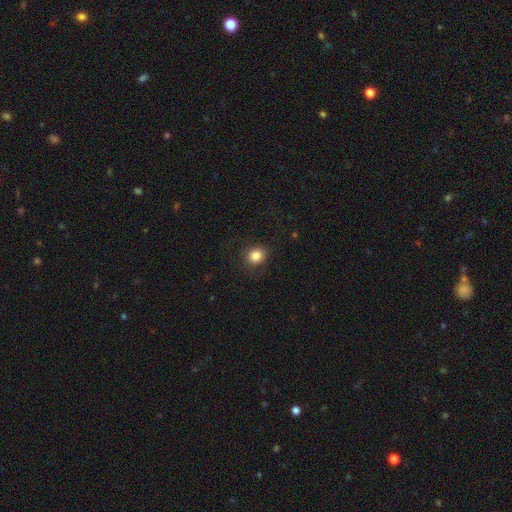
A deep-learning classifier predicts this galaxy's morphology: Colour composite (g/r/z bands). It shows a smooth galaxy with no disk features (85%) that is round (80%). Merging: none (87%).